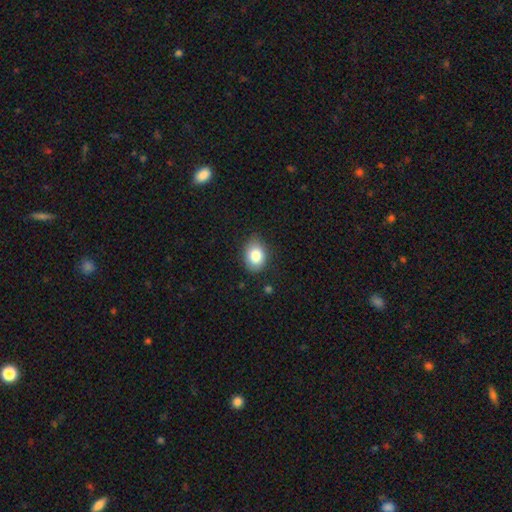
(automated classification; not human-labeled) This appears to be a smooth galaxy with no disk features (84%) that is in between round and cigar-shaped (69%). Merging: none (76%).